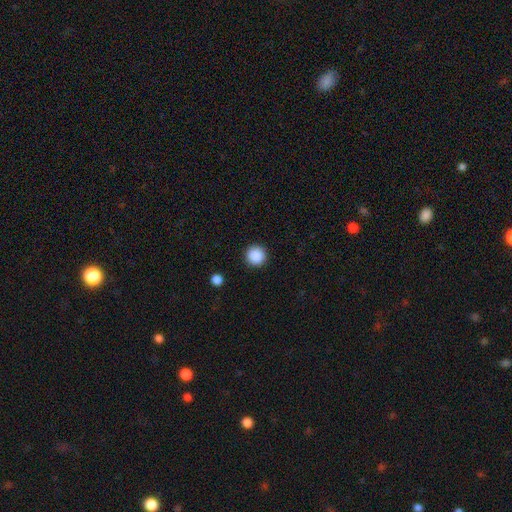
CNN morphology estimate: type=smooth (89%); roundness=round (96%); merging=none (92%).